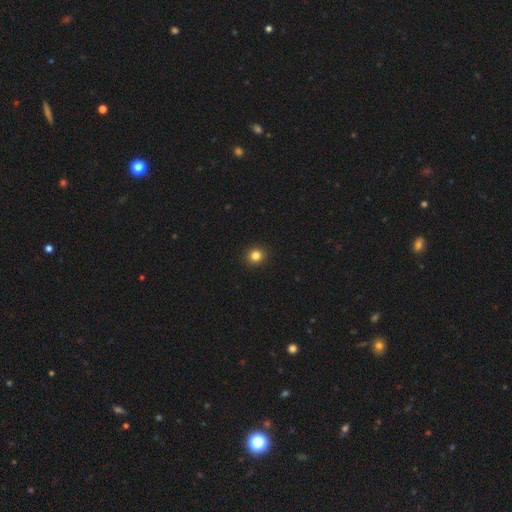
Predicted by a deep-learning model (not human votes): Q: Smooth or featured?
A: smooth (83%); runner-up: star or artifact (12%)
Q: How rounded?
A: round (89%); runner-up: in between (10%)
Q: Merging?
A: none (93%); runner-up: minor disturbance (5%)